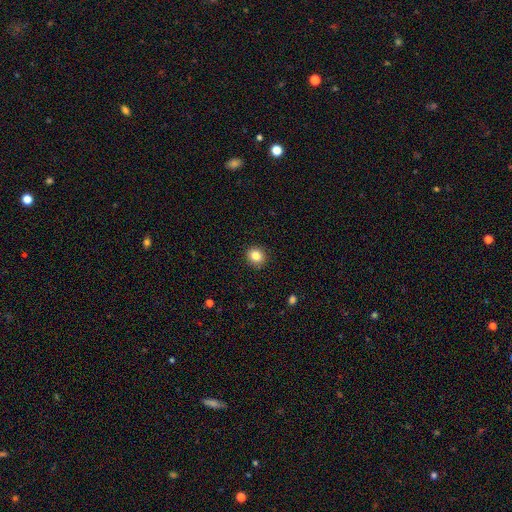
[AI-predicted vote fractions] Smooth or featured?
  - smooth: 84% *
  - star or artifact: 10%
  - featured or disk: 6%
How rounded?
  - round: 84% *
  - in between: 15%
  - cigar-shaped: 1%
Merging?
  - none: 91% *
  - minor disturbance: 6%
  - major disturbance: 2%
  - merger: 1%